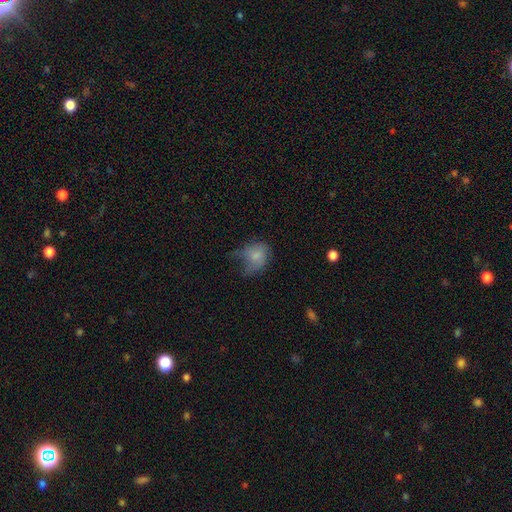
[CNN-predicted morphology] This appears to be a smooth galaxy with no disk features (72%) that is in between round and cigar-shaped (54%). Merging: major disturbance (39%).